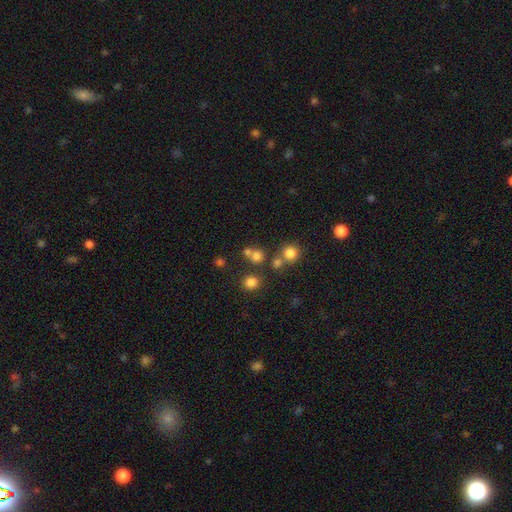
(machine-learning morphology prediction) Smooth or featured: smooth — 71% (star or artifact — 19%)
How rounded: round — 88% (in between — 11%)
Merging: none — 62% (merger — 27%)